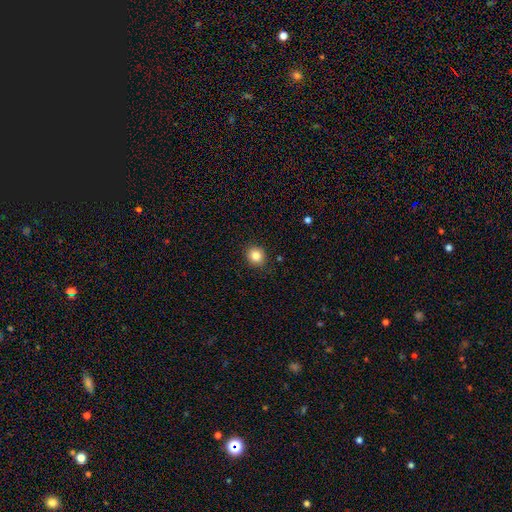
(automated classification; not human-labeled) Morphology: type=smooth (84%); roundness=round (80%); merging=none (89%).